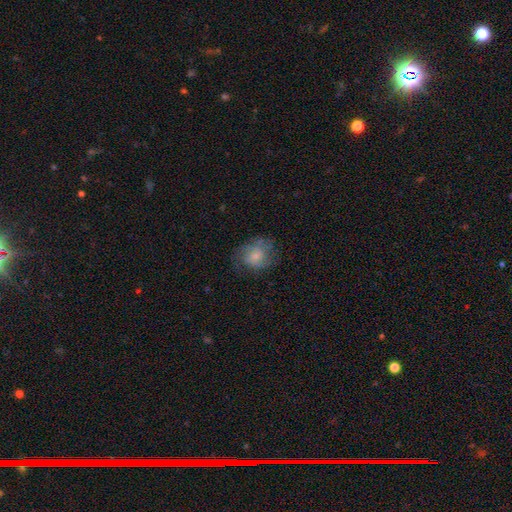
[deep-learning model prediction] Overall: smooth (58%; featured or disk 33%). How rounded: round (51%; in between 48%). Merging: none (61%; minor disturbance 23%).